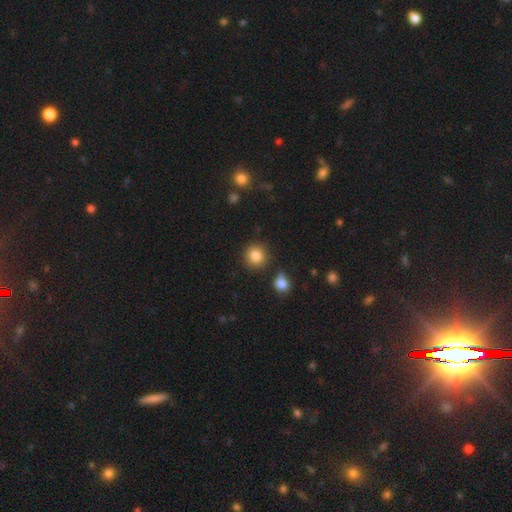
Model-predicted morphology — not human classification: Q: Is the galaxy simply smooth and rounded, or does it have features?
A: smooth — 85%.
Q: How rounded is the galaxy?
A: round — 90%.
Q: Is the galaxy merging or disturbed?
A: none — 85%.